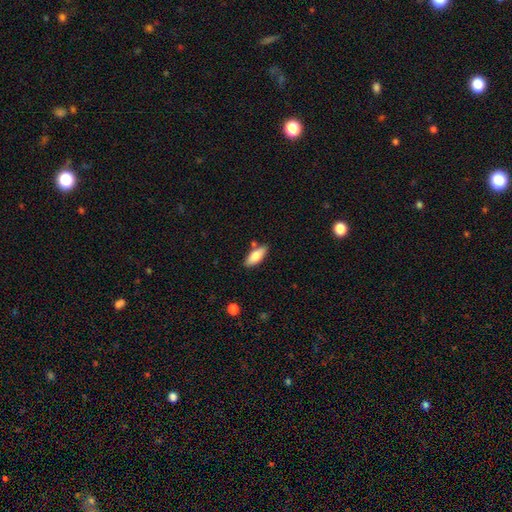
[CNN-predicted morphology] smooth_or_featured: smooth (p=0.80) [alt: featured or disk p=0.14]
how_rounded: in between (p=0.77) [alt: cigar-shaped p=0.21]
merging: none (p=0.79) [alt: minor disturbance p=0.12]